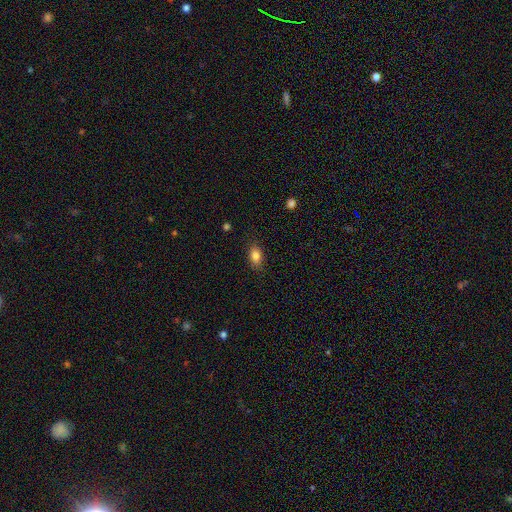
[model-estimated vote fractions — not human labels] smooth_or_featured: smooth (p=0.83) [alt: star or artifact p=0.09]
how_rounded: in between (p=0.83) [alt: round p=0.14]
merging: none (p=0.85) [alt: minor disturbance p=0.11]